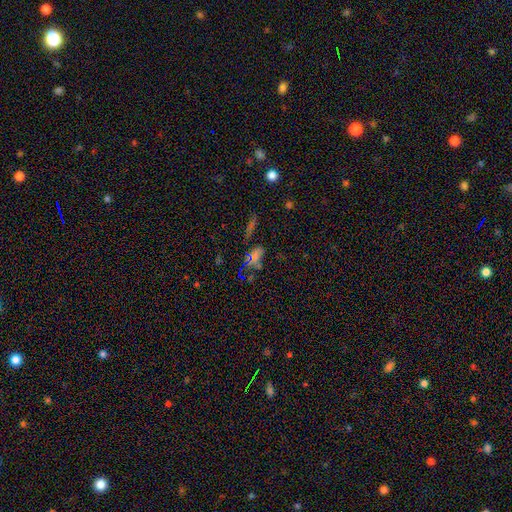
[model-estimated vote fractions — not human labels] smooth-or-featured: star or artifact: 49% | smooth: 35% | featured or disk: 16%